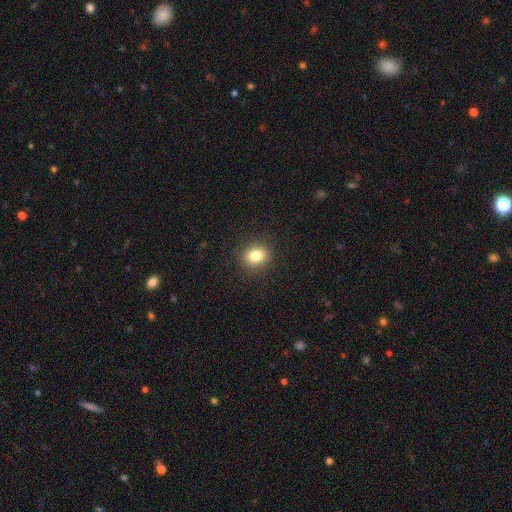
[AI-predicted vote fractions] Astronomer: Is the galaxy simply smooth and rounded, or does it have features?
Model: smooth — 82%.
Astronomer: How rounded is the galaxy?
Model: round — 61% (runner-up: in between, 38%).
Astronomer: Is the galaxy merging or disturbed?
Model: none — 90%.